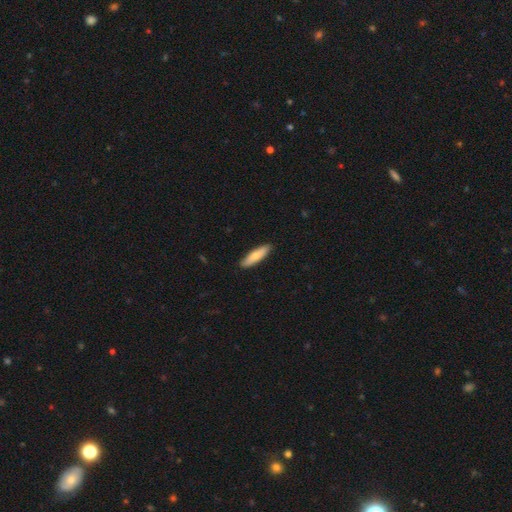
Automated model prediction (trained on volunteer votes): smooth 78%, featured or disk 16%, star or artifact 5%. Down the decision tree: how rounded — cigar-shaped (67%); merging — none (89%).